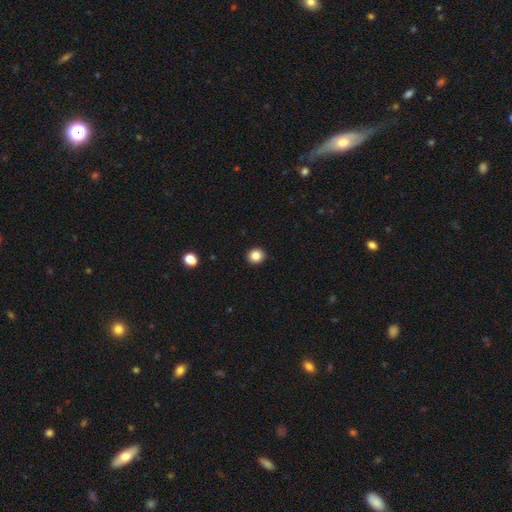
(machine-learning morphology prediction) The model was most divided on "how rounded": round: 84%, in between: 15%, cigar-shaped: 1%. More confident: merging — none (93%); smooth or featured — smooth (85%).